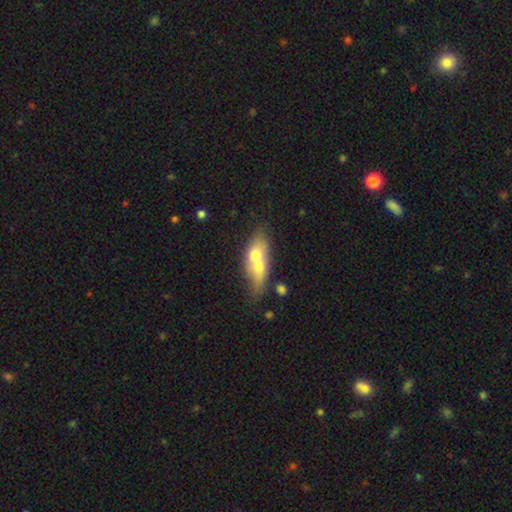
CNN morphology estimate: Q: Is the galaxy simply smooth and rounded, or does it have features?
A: smooth — 59%.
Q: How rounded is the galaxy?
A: in between — 73%.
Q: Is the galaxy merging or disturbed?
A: merger — 59%.